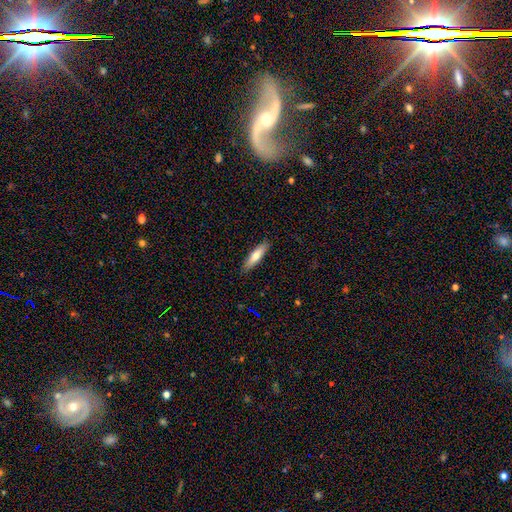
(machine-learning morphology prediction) Q: Smooth or featured?
A: smooth (69%); runner-up: featured or disk (25%)
Q: How rounded?
A: cigar-shaped (72%); runner-up: in between (27%)
Q: Merging?
A: none (88%); runner-up: minor disturbance (9%)